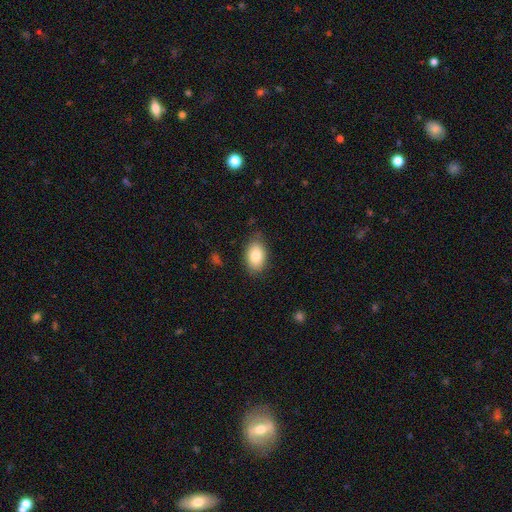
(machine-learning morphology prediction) A smooth galaxy with no disk features (83%) that is in between round and cigar-shaped (88%). Merging: none (80%).